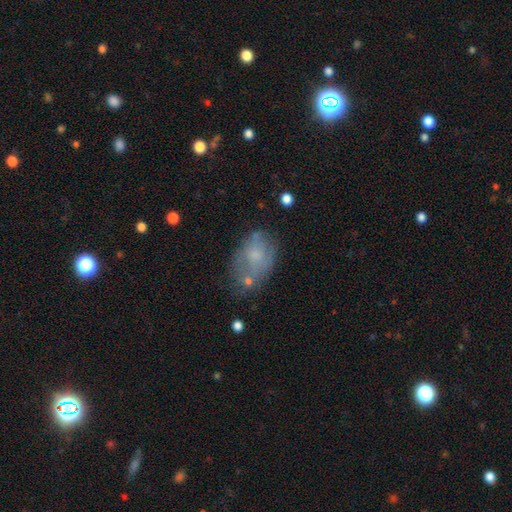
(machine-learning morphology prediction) A smooth galaxy with no disk features (58%) that is in between round and cigar-shaped (83%).

Vote fractions:
- Smooth or featured? smooth: 58% / featured or disk: 31% / star or artifact: 10%
- How rounded? in between: 83% / round: 15% / cigar-shaped: 2%
- Merging? none: 47% / minor disturbance: 27% / major disturbance: 15% / merger: 12%